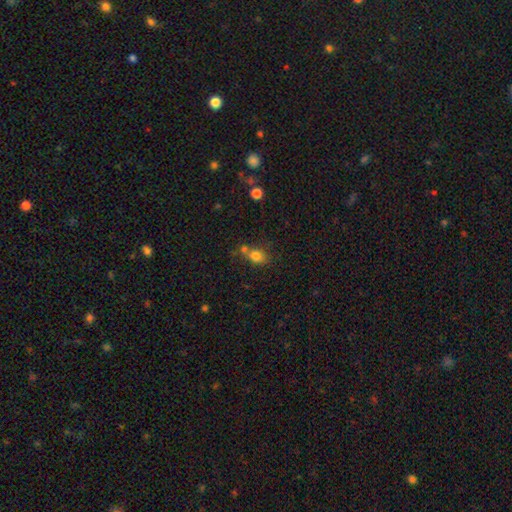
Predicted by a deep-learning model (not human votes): This appears to be a smooth galaxy with no disk features (79%) that is in between round and cigar-shaped (55%). Merging: none (50%).